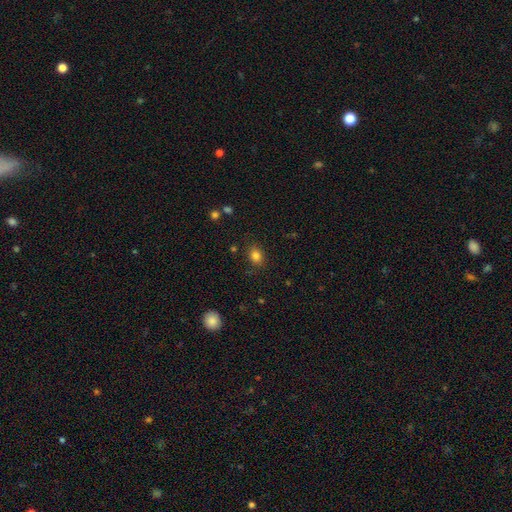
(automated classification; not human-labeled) Overall: smooth (82%). How rounded: in between (55%; round 44%). Merging: none (84%).